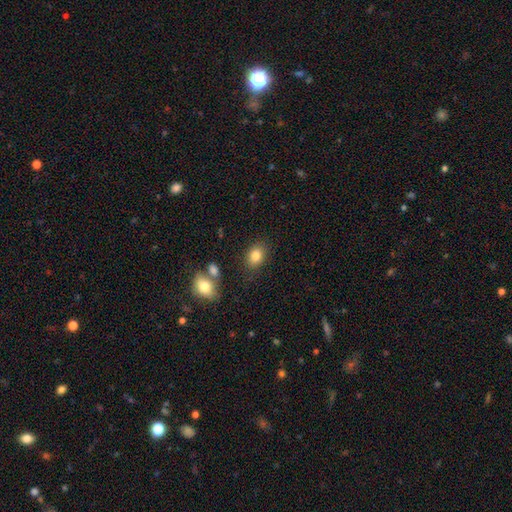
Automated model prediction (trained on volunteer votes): smooth_or_featured: smooth (p=0.83) [alt: star or artifact p=0.09]
how_rounded: in between (p=0.68) [alt: round p=0.31]
merging: none (p=0.81) [alt: minor disturbance p=0.11]